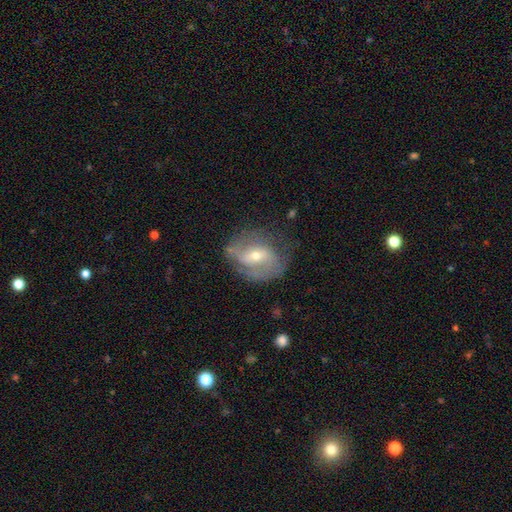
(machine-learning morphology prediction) Smooth or featured?
  - featured or disk: 74% *
  - smooth: 19%
  - star or artifact: 8%
Edge-on disk?
  - no: 95% *
  - yes: 5%
Bar?
  - weak: 43% *
  - no: 32%
  - strong: 25%
Spiral arms?
  - yes: 82% *
  - no: 18%
Spiral winding?
  - medium: 43% *
  - tight: 30%
  - loose: 28%
Spiral arm count?
  - 2: 63% *
  - can't tell: 20%
  - 1: 9%
  - 3: 5%
  - 4: 2%
  - more than 4: 1%
Bulge size?
  - small: 50% *
  - moderate: 46%
  - large: 2%
  - none: 1%
  - dominant: 1%
Merging?
  - none: 60% *
  - minor disturbance: 24%
  - major disturbance: 13%
  - merger: 2%